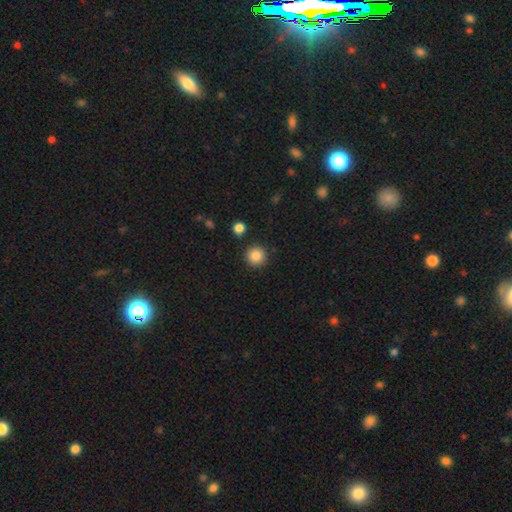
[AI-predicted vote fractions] A smooth galaxy with no disk features (86%) that is round (95%).

Vote fractions:
- Smooth or featured? smooth: 86% / star or artifact: 10% / featured or disk: 5%
- How rounded? round: 95% / in between: 4% / cigar-shaped: 1%
- Merging? none: 90% / minor disturbance: 6% / merger: 3% / major disturbance: 2%